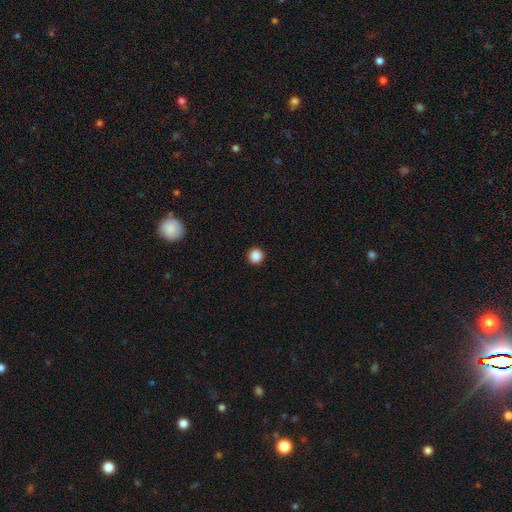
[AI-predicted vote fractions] Morphology: type=smooth (88%); roundness=round (96%); merging=none (94%).